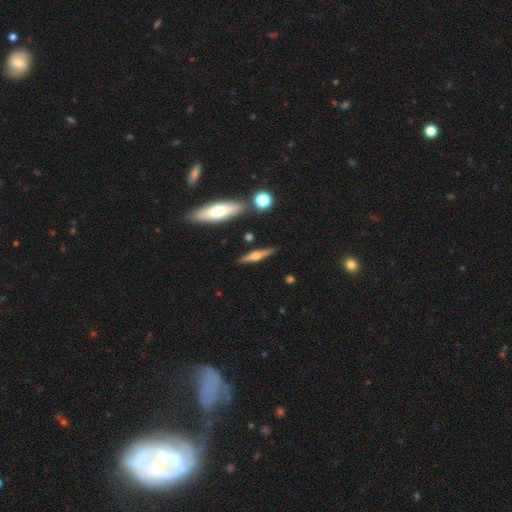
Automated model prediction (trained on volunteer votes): Morphology: type=featured or disk (61%); edge-on=yes (95%); edge-on bulge=rounded (89%); merging=none (86%).